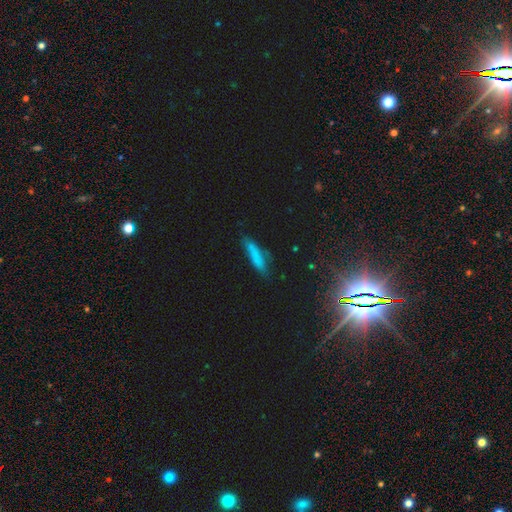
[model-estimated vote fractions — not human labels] This appears to be a smooth galaxy with no disk features (72%) that is cigar-shaped (79%). Merging: none (67%).